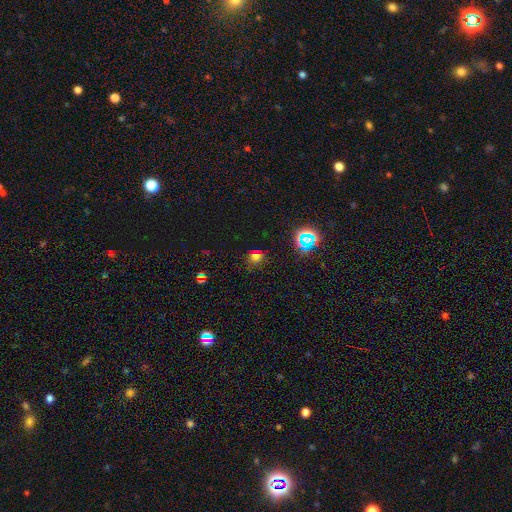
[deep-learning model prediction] smooth_or_featured: smooth (p=0.56) [alt: star or artifact p=0.37]
how_rounded: round (p=0.74) [alt: in between p=0.25]
merging: none (p=0.77) [alt: minor disturbance p=0.14]